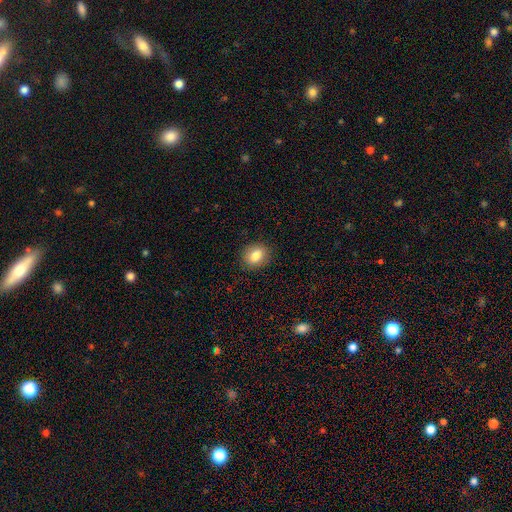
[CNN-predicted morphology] A smooth galaxy with no disk features (83%) that is round (53%).

Vote fractions:
- Smooth or featured? smooth: 83% / star or artifact: 9% / featured or disk: 8%
- How rounded? round: 53% / in between: 46% / cigar-shaped: 1%
- Merging? none: 88% / minor disturbance: 9% / major disturbance: 2% / merger: 1%